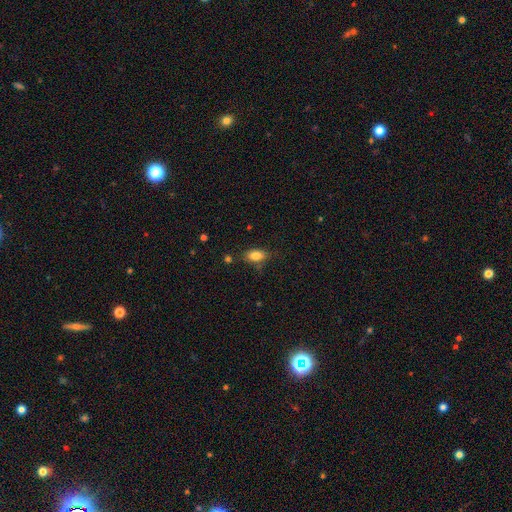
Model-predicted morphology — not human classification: Smooth or featured: smooth — 83% (star or artifact — 9%)
How rounded: in between — 86% (round — 10%)
Merging: none — 73% (minor disturbance — 19%)